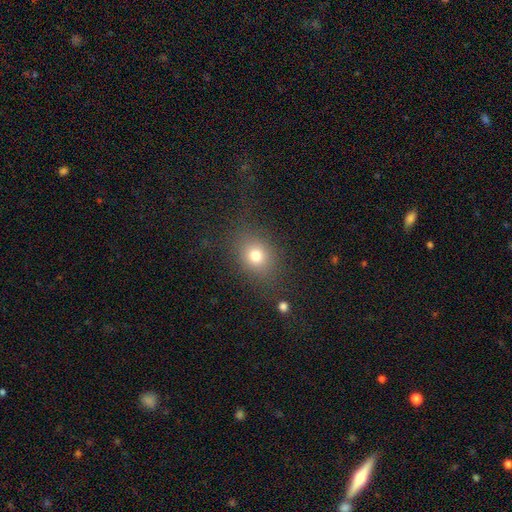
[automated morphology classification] This is likely a smooth galaxy (76%). How rounded: possibly round (57%). Merging: likely none (78%).